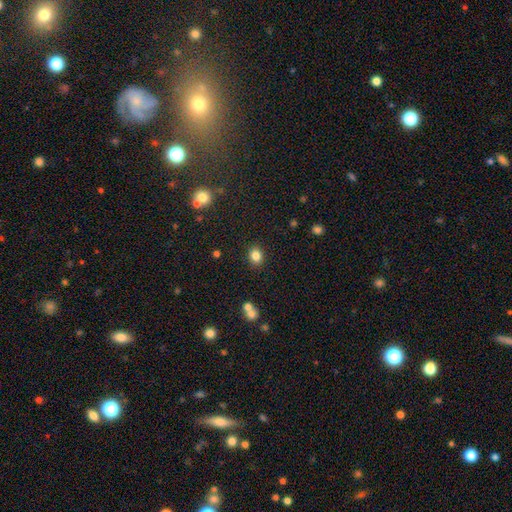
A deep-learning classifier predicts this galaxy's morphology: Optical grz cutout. It shows a smooth galaxy with no disk features (83%) that is round (55%). Merging: none (87%).